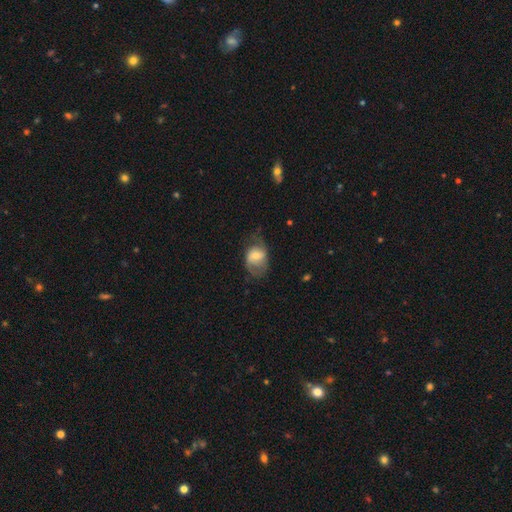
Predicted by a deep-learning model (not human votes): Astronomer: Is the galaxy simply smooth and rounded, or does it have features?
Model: featured or disk — 54% (runner-up: smooth, 39%).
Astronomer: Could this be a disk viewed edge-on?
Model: no — 96%.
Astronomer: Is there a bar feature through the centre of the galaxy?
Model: weak — 43%, tied with no at 43%.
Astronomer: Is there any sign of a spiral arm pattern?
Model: yes — 76%.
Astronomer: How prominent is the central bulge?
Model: moderate — 51% (runner-up: small, 39%).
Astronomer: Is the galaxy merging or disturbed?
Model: none — 50% (runner-up: minor disturbance, 28%).